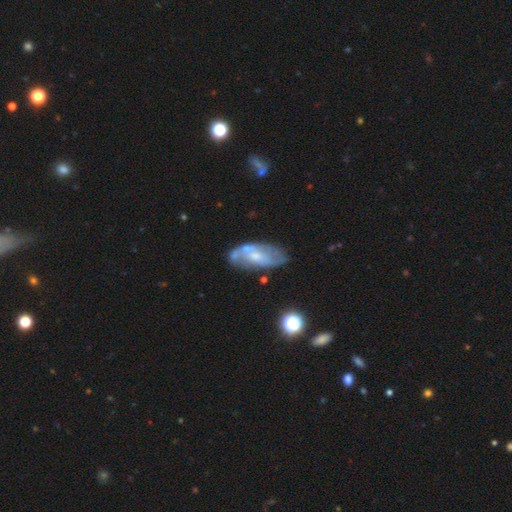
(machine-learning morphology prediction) This appears to be a featured or disk galaxy (64%) with no bar (60%), spiral arms (66%) and a small central bulge (43%). Merging: none (58%).